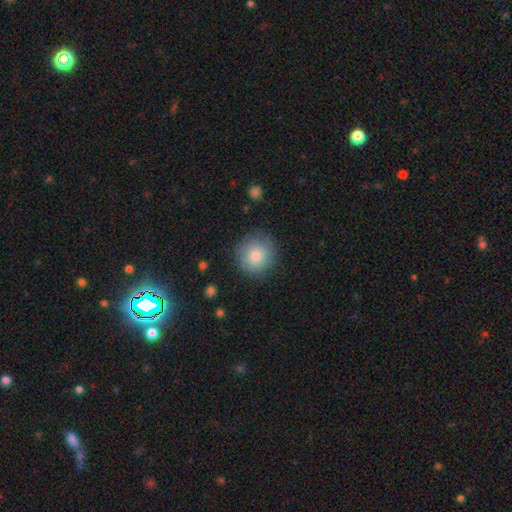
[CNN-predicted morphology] Smooth or featured? Predicted: smooth (p=0.78). How rounded? Predicted: round (p=0.94). Merging? Predicted: none (p=0.85).